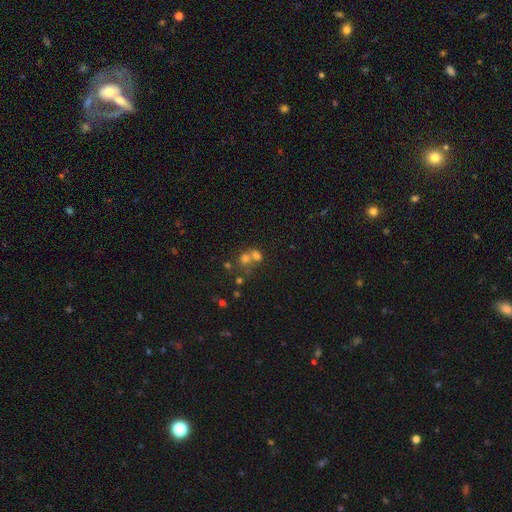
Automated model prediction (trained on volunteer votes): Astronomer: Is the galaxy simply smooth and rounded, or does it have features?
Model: smooth — 65%.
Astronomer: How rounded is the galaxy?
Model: round — 66%.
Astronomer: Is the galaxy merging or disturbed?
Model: merger — 60%.